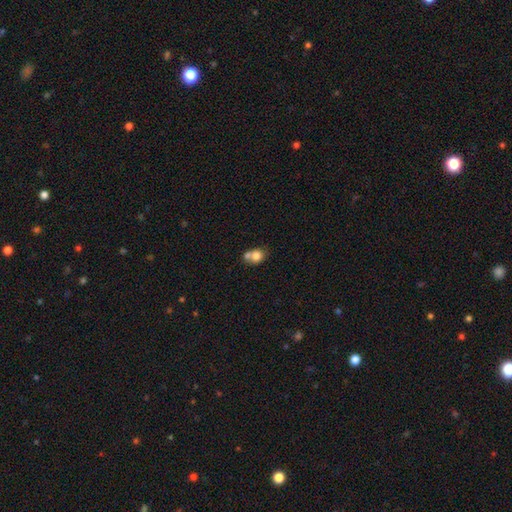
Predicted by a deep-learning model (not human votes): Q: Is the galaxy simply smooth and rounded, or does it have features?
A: smooth — 76%.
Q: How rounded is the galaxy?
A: round — 59%.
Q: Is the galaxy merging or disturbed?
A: merger — 52%.